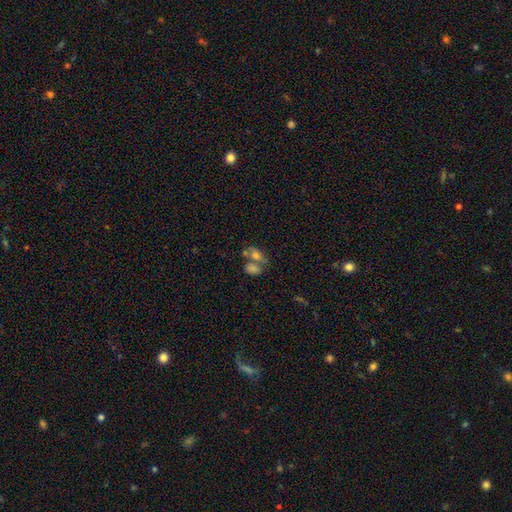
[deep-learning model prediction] Q: Smooth or featured?
A: smooth (54%); runner-up: featured or disk (27%)
Q: How rounded?
A: in between (72%); runner-up: round (23%)
Q: Merging?
A: merger (46%); runner-up: none (35%)